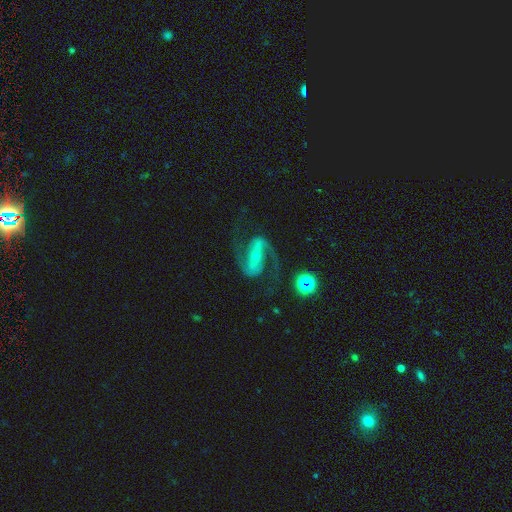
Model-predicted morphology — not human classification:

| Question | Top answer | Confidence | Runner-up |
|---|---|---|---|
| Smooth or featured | featured or disk | 89% | star or artifact (6%) |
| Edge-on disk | no | 97% | yes (3%) |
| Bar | strong | 67% | weak (22%) |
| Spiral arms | yes | 97% | no (3%) |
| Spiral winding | medium | 55% | loose (32%) |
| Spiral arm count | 2 | 93% | 1 (2%) |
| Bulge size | small | 66% | moderate (27%) |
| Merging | none | 75% | minor disturbance (12%) |